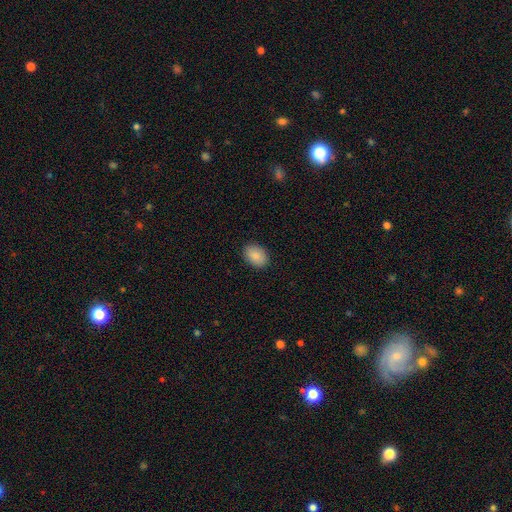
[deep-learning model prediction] smooth_or_featured: smooth (p=0.89) [alt: star or artifact p=0.07]
how_rounded: in between (p=0.82) [alt: round p=0.17]
merging: none (p=0.90) [alt: minor disturbance p=0.07]